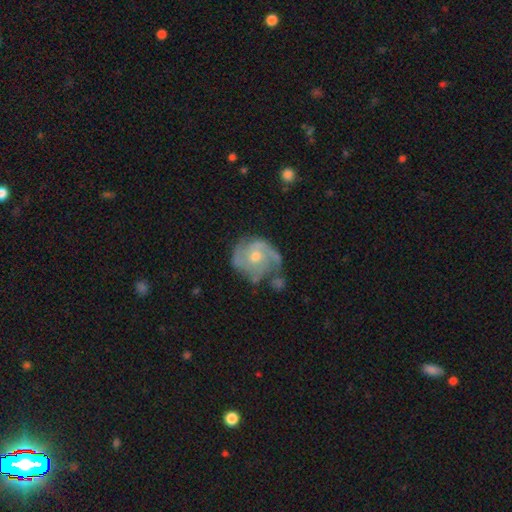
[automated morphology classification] featured or disk 81%, smooth 13%, star or artifact 6%. Down the decision tree: edge-on disk — no (98%); bar — no (73%); spiral arms — yes (92%); spiral arm count — 3 (33%); spiral winding — tight (47%); bulge size — moderate (57%); merging — none (58%).